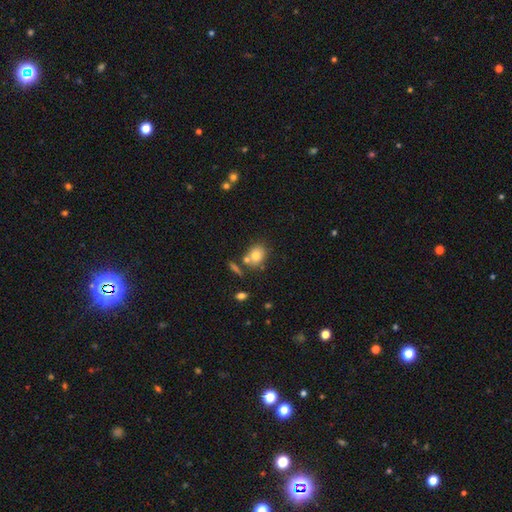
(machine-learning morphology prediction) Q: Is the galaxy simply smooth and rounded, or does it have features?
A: smooth — 76%.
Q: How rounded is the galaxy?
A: round — 56%.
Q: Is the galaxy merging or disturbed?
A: none — 61%.